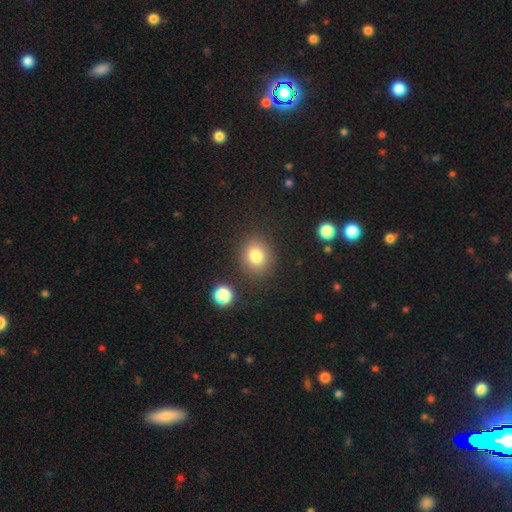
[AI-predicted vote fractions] Smooth or featured?
  - smooth: 81% *
  - star or artifact: 11%
  - featured or disk: 7%
How rounded?
  - round: 69% *
  - in between: 30%
  - cigar-shaped: 1%
Merging?
  - none: 84% *
  - minor disturbance: 9%
  - merger: 4%
  - major disturbance: 3%